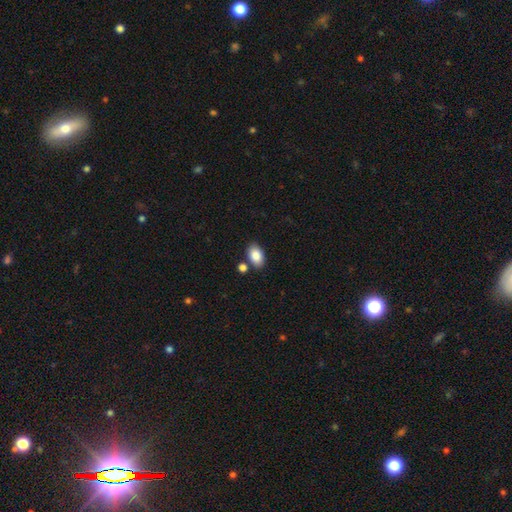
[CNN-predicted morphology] A smooth galaxy with no disk features (87%) that is in between round and cigar-shaped (91%).

Vote fractions:
- Smooth or featured? smooth: 87% / star or artifact: 7% / featured or disk: 6%
- How rounded? in between: 91% / round: 8% / cigar-shaped: 1%
- Merging? none: 78% / minor disturbance: 10% / merger: 9% / major disturbance: 3%